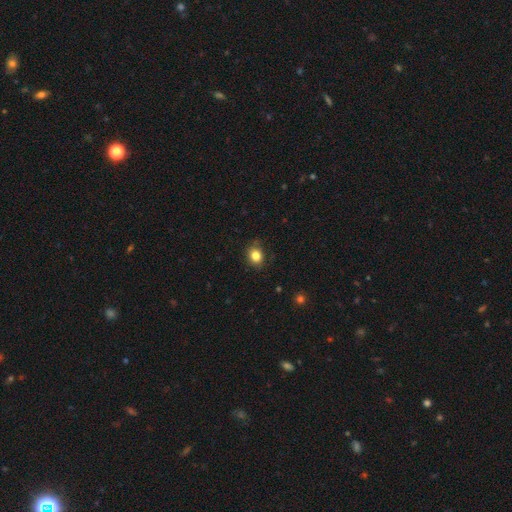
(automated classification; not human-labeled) This is clearly a smooth galaxy (83%). How rounded: possibly round (60%). Merging: clearly none (81%).